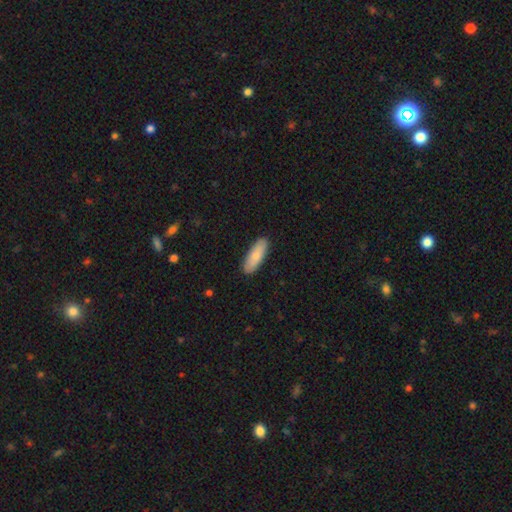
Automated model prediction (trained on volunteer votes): Smooth or featured? smooth (82%)
How rounded? in between (66%)
Merging? none (89%)